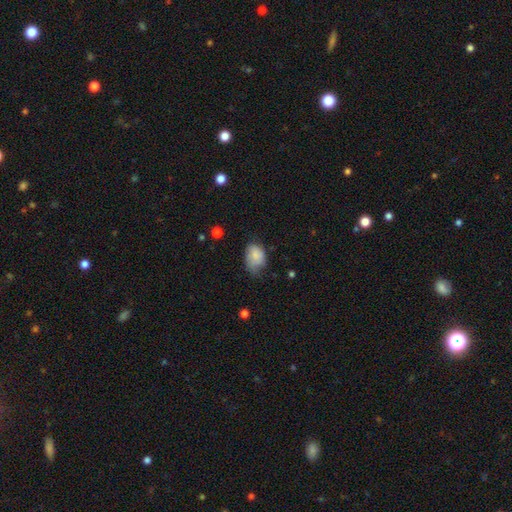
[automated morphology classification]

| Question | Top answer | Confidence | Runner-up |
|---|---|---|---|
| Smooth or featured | smooth | 80% | featured or disk (12%) |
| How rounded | in between | 78% | round (21%) |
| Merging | minor disturbance | 42% | none (41%) |